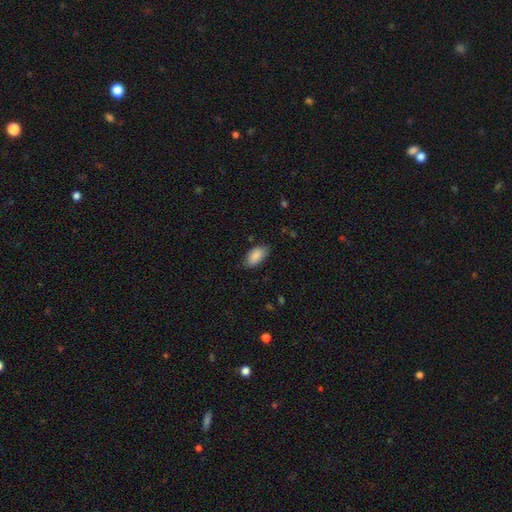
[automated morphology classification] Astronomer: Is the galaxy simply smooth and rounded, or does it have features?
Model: smooth — 88%.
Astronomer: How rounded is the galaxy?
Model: in between — 93%.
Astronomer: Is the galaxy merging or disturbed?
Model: none — 80%.